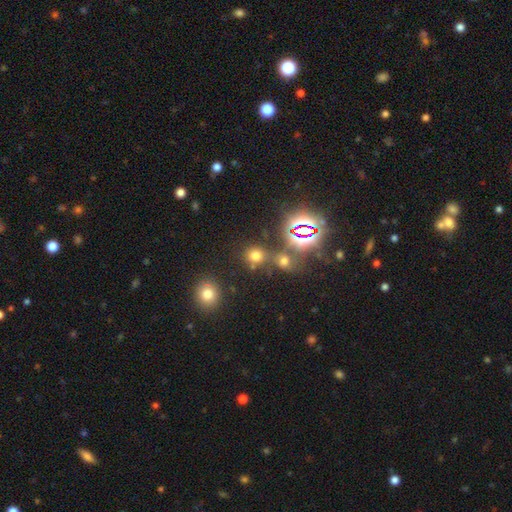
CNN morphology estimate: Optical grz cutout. It shows a smooth galaxy with no disk features (63%) that is round (83%). Merging: none (67%).